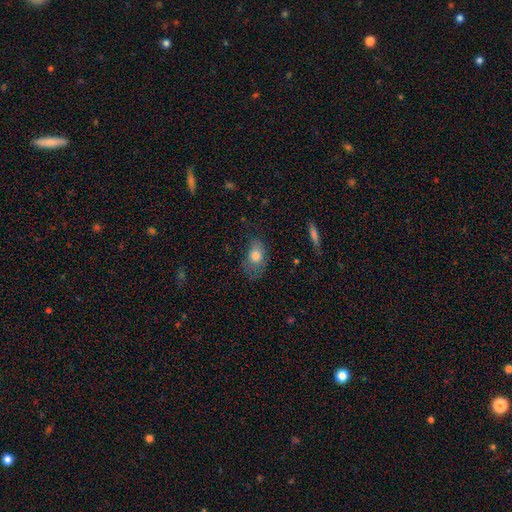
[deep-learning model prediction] This is likely a smooth galaxy (76%). How rounded: clearly in between (81%). Merging: possibly none (56%).